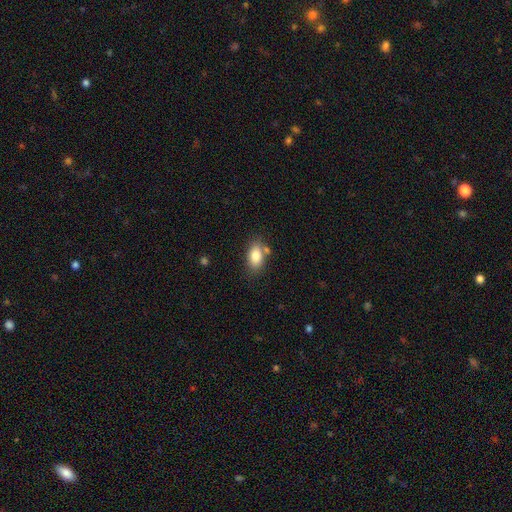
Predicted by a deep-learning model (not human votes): A smooth galaxy with no disk features (83%) that is in between round and cigar-shaped (88%). Merging: none (69%).